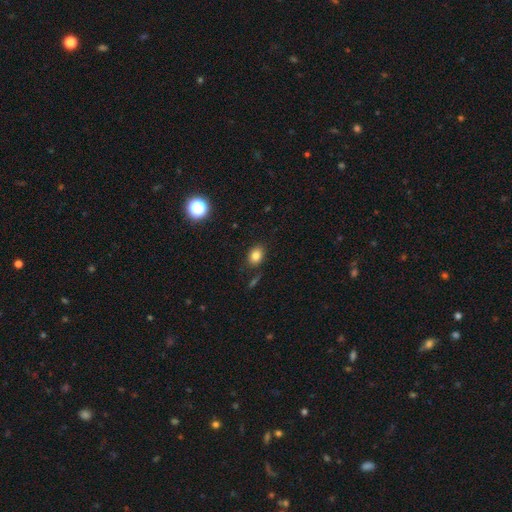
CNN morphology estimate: smooth-or-featured: smooth: 81% | star or artifact: 12% | featured or disk: 7%
  how-rounded: in between: 68% | round: 31% | cigar-shaped: 1%
  merging: none: 81% | minor disturbance: 12% | merger: 4% | major disturbance: 3%